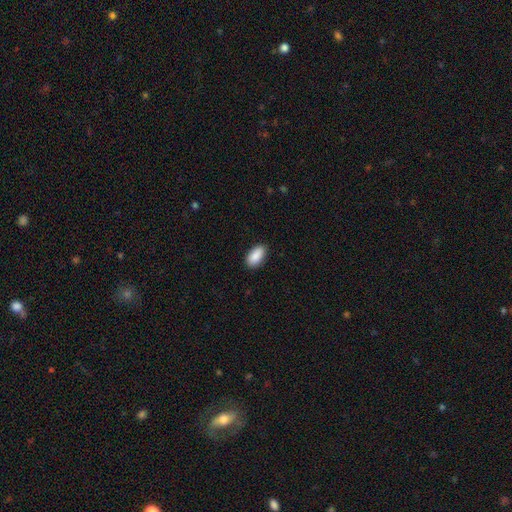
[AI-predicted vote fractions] This appears to be a smooth galaxy with no disk features (90%) that is in between round and cigar-shaped (93%). Merging: none (86%).